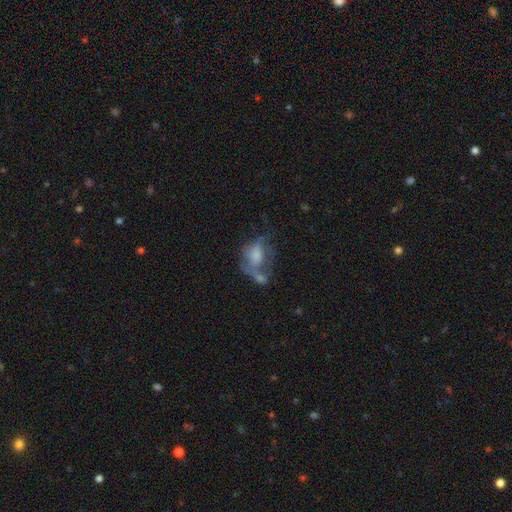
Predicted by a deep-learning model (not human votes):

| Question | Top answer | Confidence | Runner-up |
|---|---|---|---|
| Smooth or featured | smooth | 46% | featured or disk (43%) |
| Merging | major disturbance | 33% | merger (30%) |